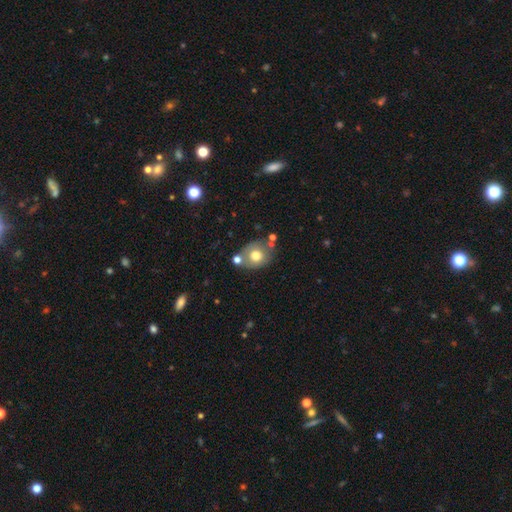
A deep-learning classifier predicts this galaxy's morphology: smooth 67%, featured or disk 23%, star or artifact 9%. Down the decision tree: how rounded — round (59%); merging — none (65%).